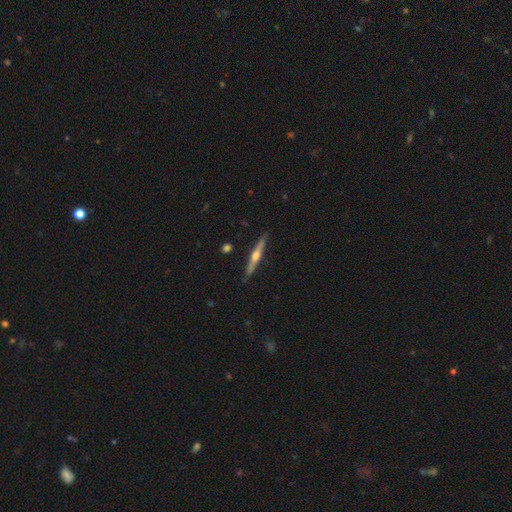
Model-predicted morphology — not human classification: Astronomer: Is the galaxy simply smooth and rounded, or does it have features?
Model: featured or disk — 71%.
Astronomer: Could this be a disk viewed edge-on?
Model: yes — 98%.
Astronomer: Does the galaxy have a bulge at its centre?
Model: rounded — 92%.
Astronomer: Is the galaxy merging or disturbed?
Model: none — 90%.